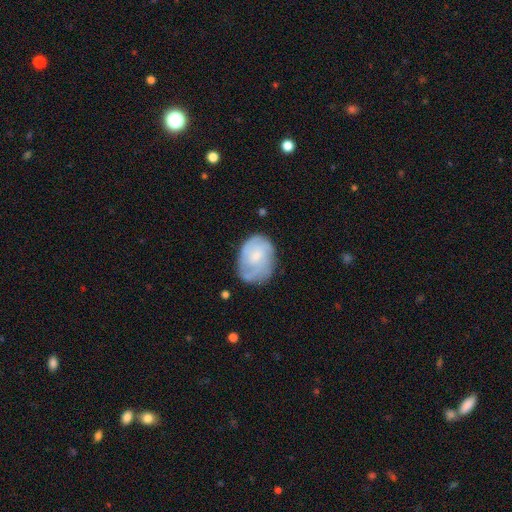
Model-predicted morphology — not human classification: Smooth or featured? Predicted: featured or disk (p=0.57). Edge-on disk? Predicted: no (p=0.97). Bar? Predicted: no (p=0.63). Spiral arms? Predicted: yes (p=0.79). Bulge size? Predicted: small (p=0.60). Merging? Predicted: none (p=0.60).